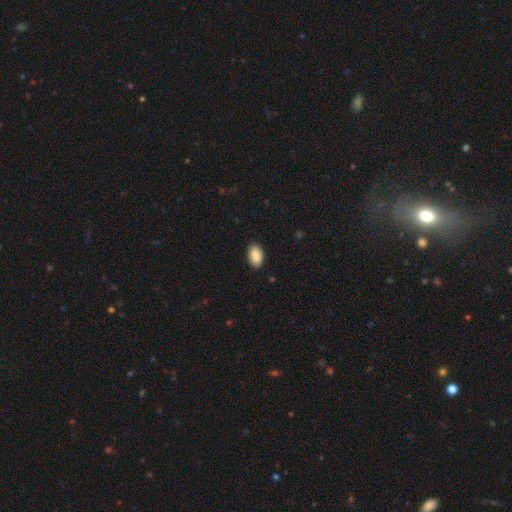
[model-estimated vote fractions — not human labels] A smooth galaxy with no disk features (90%) that is in between round and cigar-shaped (94%). Merging: none (89%).